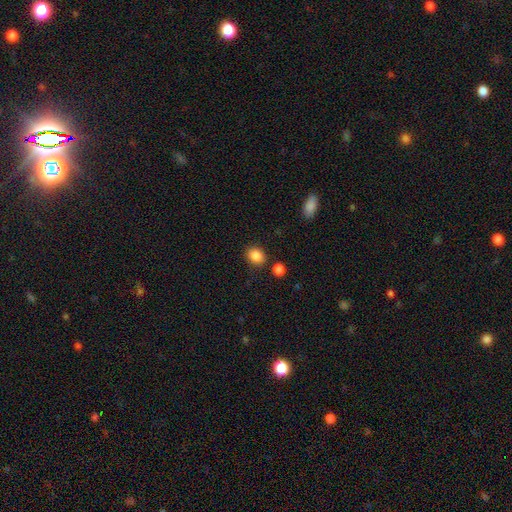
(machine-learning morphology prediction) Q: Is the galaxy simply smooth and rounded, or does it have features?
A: smooth — 87%.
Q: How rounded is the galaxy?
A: round — 54%.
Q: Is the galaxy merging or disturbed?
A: none — 81%.